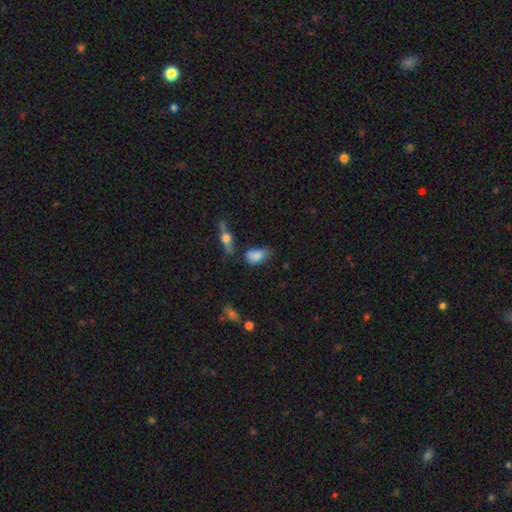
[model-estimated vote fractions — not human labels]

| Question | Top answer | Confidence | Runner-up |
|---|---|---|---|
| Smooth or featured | smooth | 77% | featured or disk (14%) |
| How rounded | in between | 89% | round (7%) |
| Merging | none | 49% | minor disturbance (31%) |